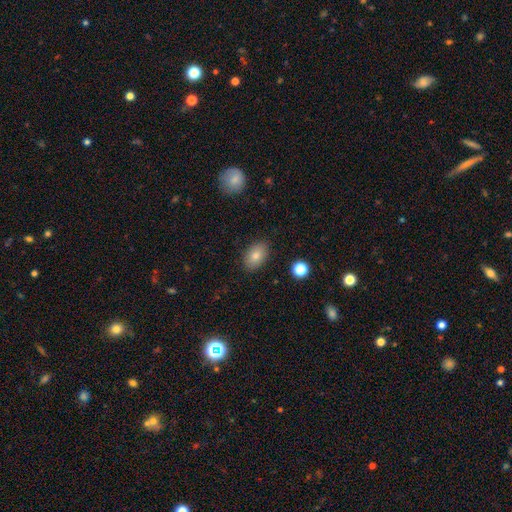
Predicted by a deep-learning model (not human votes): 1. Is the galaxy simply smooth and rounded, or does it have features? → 82% smooth, 10% featured or disk, 8% star or artifact.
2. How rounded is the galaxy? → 88% in between, 11% round, 1% cigar-shaped.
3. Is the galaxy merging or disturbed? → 86% none, 10% minor disturbance, 2% major disturbance, 1% merger.